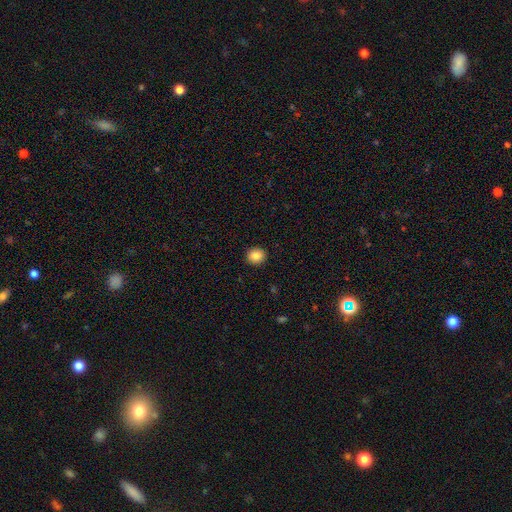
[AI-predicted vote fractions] This appears to be a smooth galaxy with no disk features (85%) that is round (81%). Merging: none (93%).